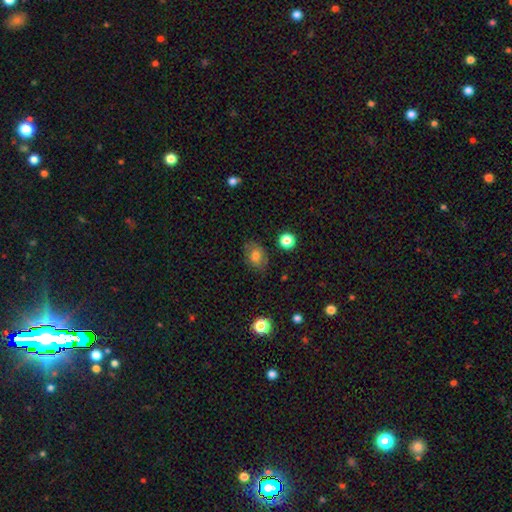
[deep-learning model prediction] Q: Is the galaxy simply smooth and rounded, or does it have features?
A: smooth — 70%.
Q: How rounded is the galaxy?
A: in between — 73%.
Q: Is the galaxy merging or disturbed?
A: none — 76%.